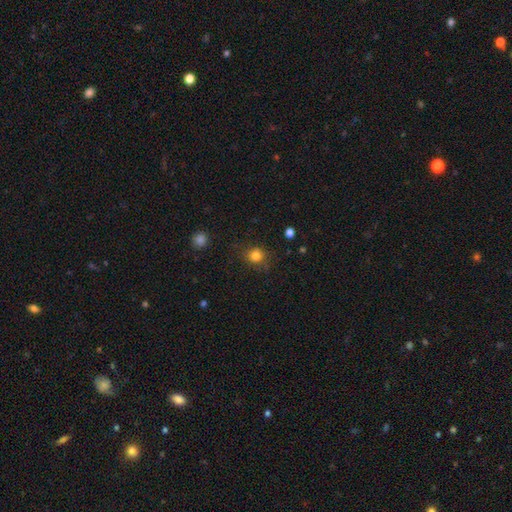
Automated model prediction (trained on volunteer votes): smooth_or_featured: smooth (p=0.81) [alt: star or artifact p=0.13]
how_rounded: round (p=0.87) [alt: in between p=0.12]
merging: none (p=0.82) [alt: minor disturbance p=0.13]